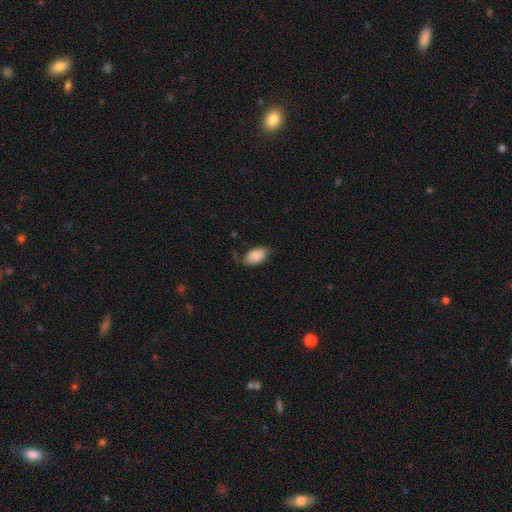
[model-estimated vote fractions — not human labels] A smooth galaxy with no disk features (83%) that is in between round and cigar-shaped (93%).

Vote fractions:
- Smooth or featured? smooth: 83% / featured or disk: 10% / star or artifact: 7%
- How rounded? in between: 93% / round: 6% / cigar-shaped: 2%
- Merging? none: 54% / minor disturbance: 30% / major disturbance: 14% / merger: 2%